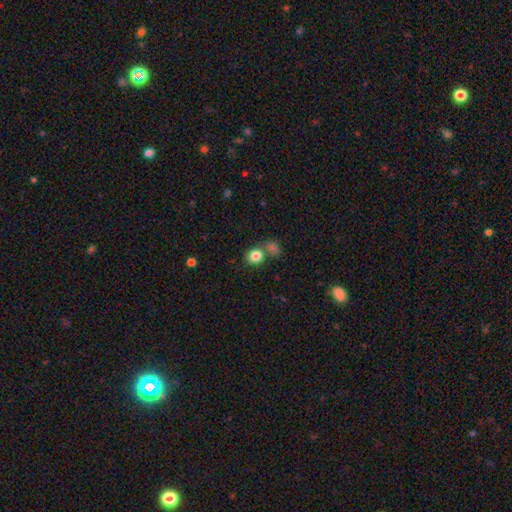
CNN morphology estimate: smooth-or-featured: smooth: 84% | star or artifact: 10% | featured or disk: 6%
  how-rounded: round: 75% | in between: 24% | cigar-shaped: 1%
  merging: none: 59% | merger: 27% | minor disturbance: 10% | major disturbance: 4%